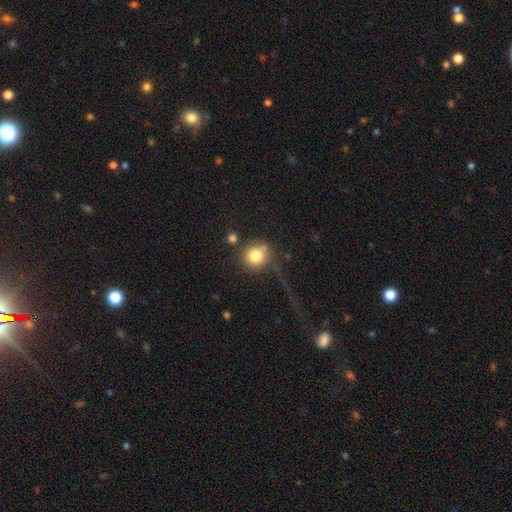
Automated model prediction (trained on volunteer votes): Smooth or featured?
  - smooth: 81% *
  - featured or disk: 10%
  - star or artifact: 9%
How rounded?
  - round: 88% *
  - in between: 11%
  - cigar-shaped: 1%
Merging?
  - none: 57% *
  - minor disturbance: 15%
  - major disturbance: 15%
  - merger: 13%